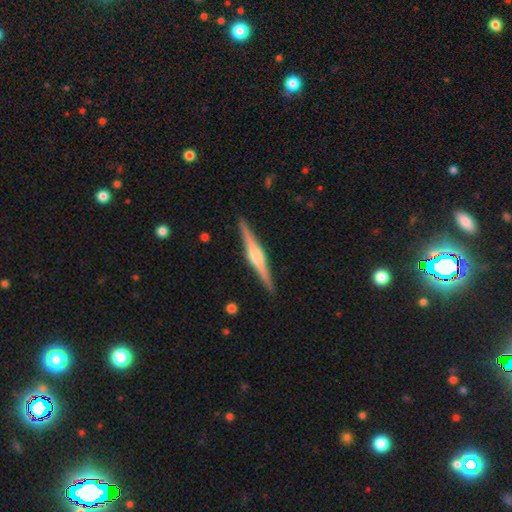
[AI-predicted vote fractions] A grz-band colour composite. It shows a featured or disk galaxy (79%) viewed edge-on (98%) with a rounded central bulge (76%). Merging: none (90%).